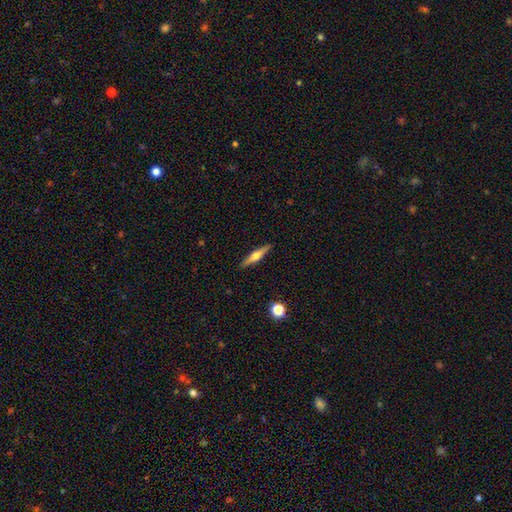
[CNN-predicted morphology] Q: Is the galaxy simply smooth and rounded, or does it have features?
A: featured or disk — 61%.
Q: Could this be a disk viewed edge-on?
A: yes — 97%.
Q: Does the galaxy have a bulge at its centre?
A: rounded — 92%.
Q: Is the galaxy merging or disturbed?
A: none — 91%.